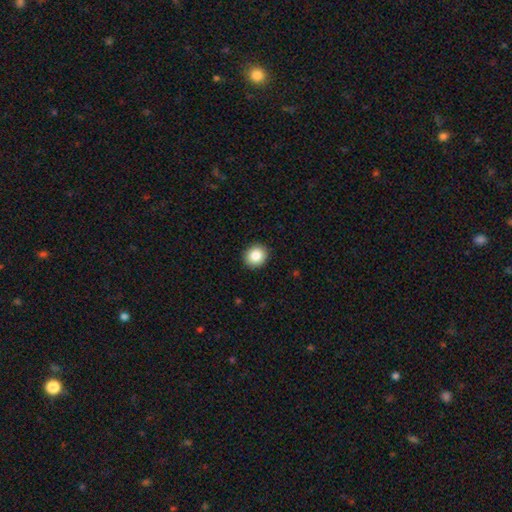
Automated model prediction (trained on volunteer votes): Overall: smooth (86%). How rounded: round (84%). Merging: none (92%).